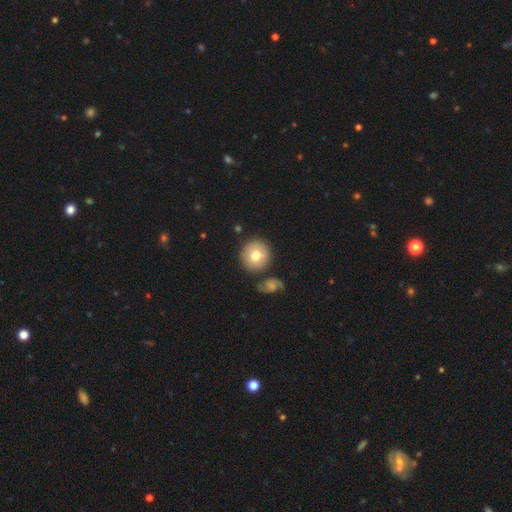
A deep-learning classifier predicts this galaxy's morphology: Overall: smooth (71%). How rounded: round (93%). Merging: none (79%).